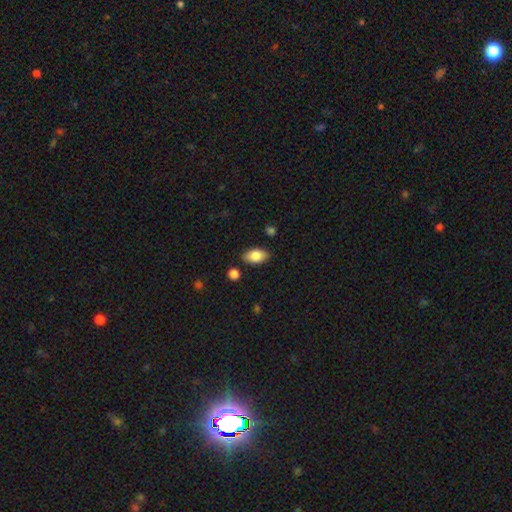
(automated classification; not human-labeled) smooth 84%, featured or disk 9%, star or artifact 7%. Down the decision tree: how rounded — in between (92%); merging — none (84%).